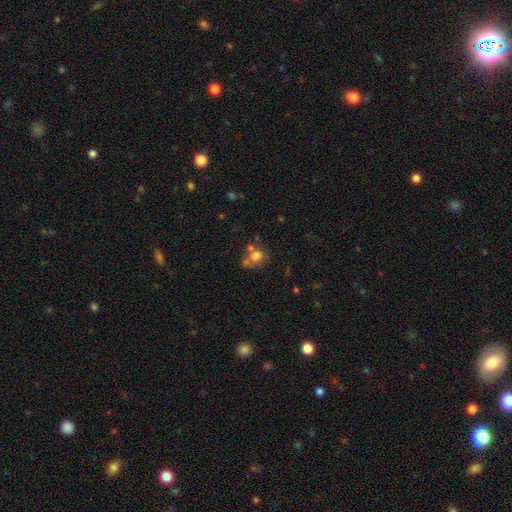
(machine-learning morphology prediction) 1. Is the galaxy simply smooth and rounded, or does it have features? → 63% smooth, 22% featured or disk, 14% star or artifact.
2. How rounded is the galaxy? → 58% round, 41% in between, 1% cigar-shaped.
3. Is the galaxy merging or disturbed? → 39% none, 33% merger, 16% minor disturbance, 12% major disturbance.